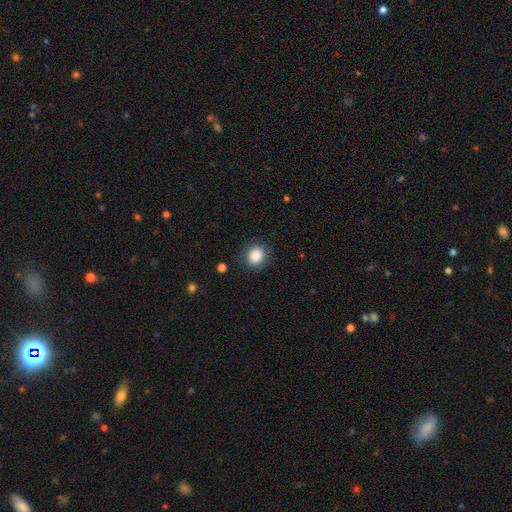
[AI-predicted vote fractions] Smooth or featured? Predicted: smooth (p=0.87). How rounded? Predicted: round (p=0.78). Merging? Predicted: none (p=0.85).